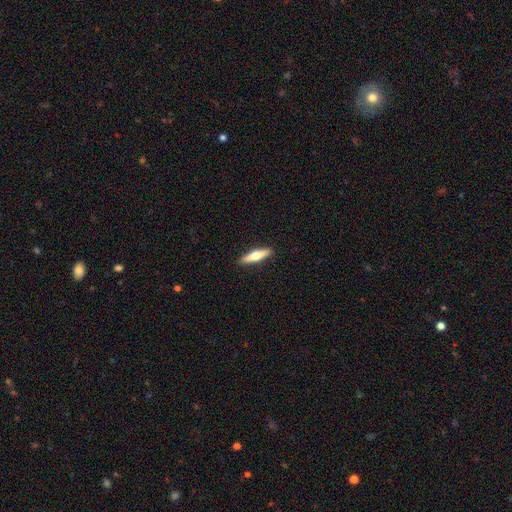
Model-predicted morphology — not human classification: This appears to be a smooth galaxy with no disk features (51%) that is cigar-shaped (75%). Merging: none (91%).